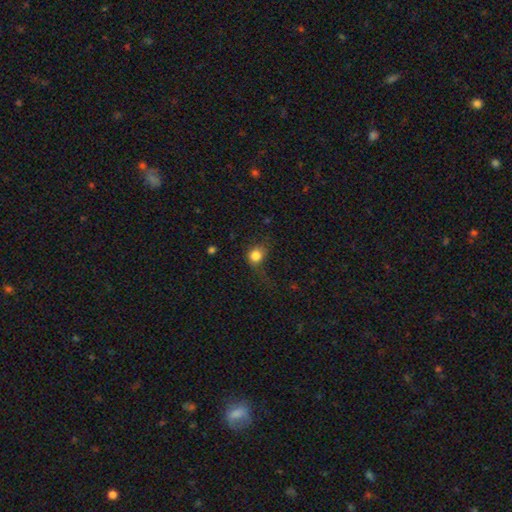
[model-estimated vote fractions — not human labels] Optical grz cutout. It shows a smooth galaxy with no disk features (82%) that is round (70%). Merging: none (55%).